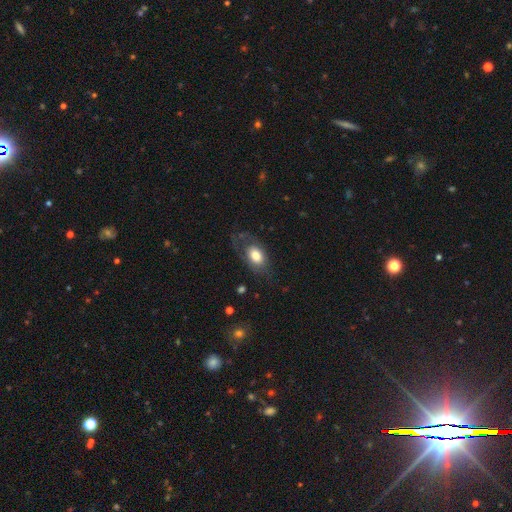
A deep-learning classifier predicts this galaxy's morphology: A smooth galaxy with no disk features (63%) that is in between round and cigar-shaped (85%).

Vote fractions:
- Smooth or featured? smooth: 63% / featured or disk: 30% / star or artifact: 7%
- How rounded? in between: 85% / round: 13% / cigar-shaped: 2%
- Merging? none: 56% / minor disturbance: 21% / major disturbance: 21% / merger: 2%